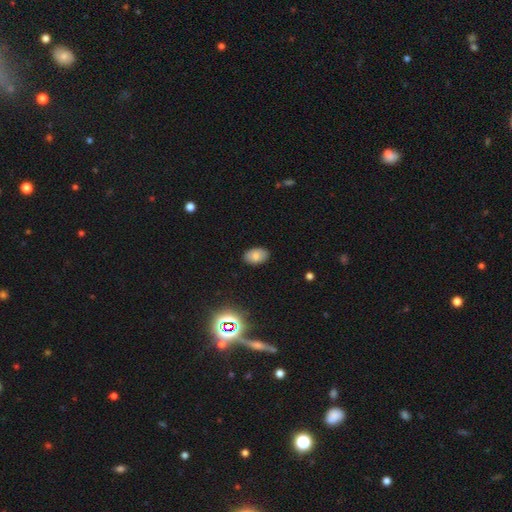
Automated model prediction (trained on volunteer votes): Smooth or featured? Predicted: smooth (p=0.80). How rounded? Predicted: in between (p=0.91). Merging? Predicted: none (p=0.87).